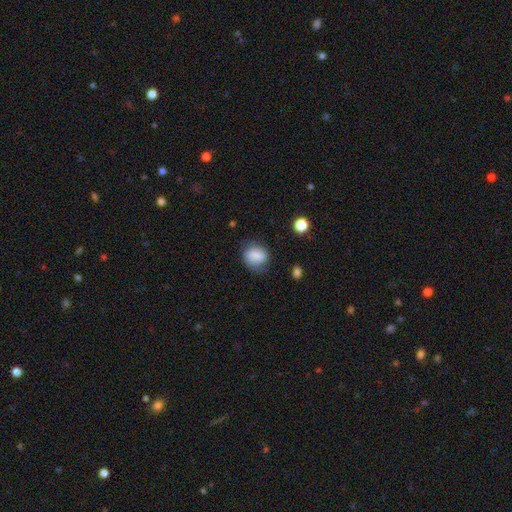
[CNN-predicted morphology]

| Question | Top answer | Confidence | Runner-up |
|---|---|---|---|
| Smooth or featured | smooth | 65% | featured or disk (26%) |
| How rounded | round | 66% | in between (33%) |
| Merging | none | 69% | minor disturbance (21%) |